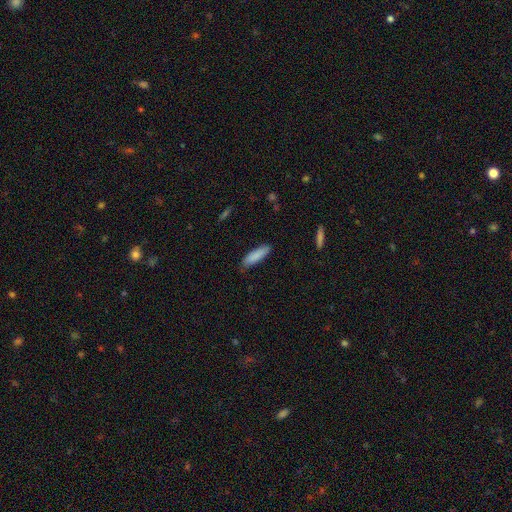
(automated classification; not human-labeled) A smooth galaxy with no disk features (86%) that is cigar-shaped (62%). Merging: none (80%).